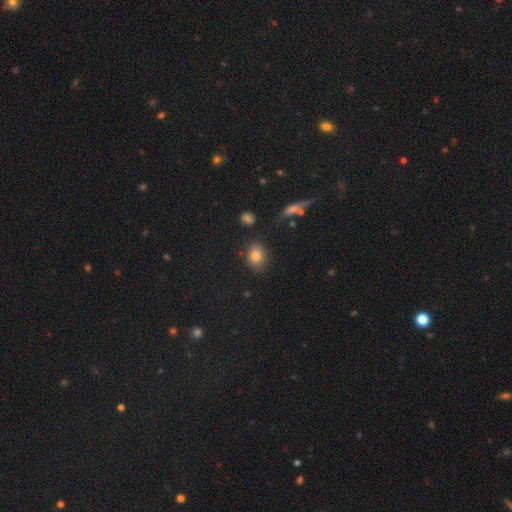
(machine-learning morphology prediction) This is clearly a smooth galaxy (81%). How rounded: possibly in between (55%). Merging: likely none (80%).